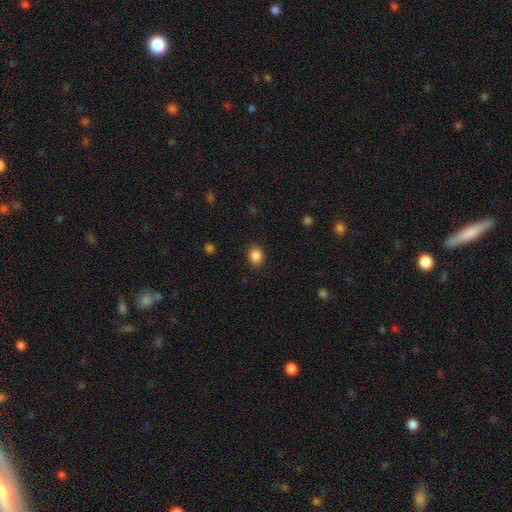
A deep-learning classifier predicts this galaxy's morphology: Smooth or featured?
  - smooth: 87% *
  - star or artifact: 10%
  - featured or disk: 4%
How rounded?
  - in between: 50% *
  - round: 49%
  - cigar-shaped: 1%
Merging?
  - none: 88% *
  - minor disturbance: 9%
  - major disturbance: 3%
  - merger: 1%